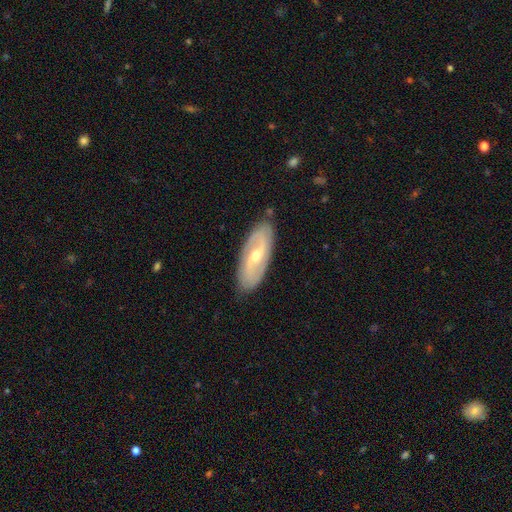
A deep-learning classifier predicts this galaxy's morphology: Smooth or featured? Predicted: featured or disk (p=0.77). Edge-on disk? Predicted: no (p=0.87). Bar? Predicted: weak (p=0.45). Spiral arms? Predicted: yes (p=0.83). Spiral winding? Predicted: medium (p=0.40). Spiral arm count? Predicted: 2 (p=0.81). Bulge size? Predicted: moderate (p=0.55). Merging? Predicted: none (p=0.86).